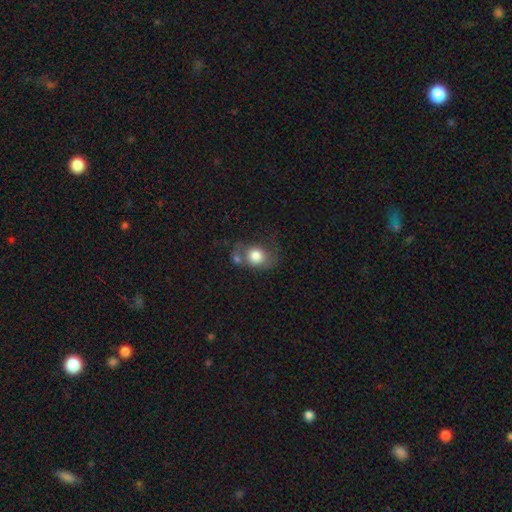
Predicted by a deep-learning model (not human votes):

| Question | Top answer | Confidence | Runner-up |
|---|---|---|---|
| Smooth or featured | smooth | 74% | featured or disk (17%) |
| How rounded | round | 61% | in between (38%) |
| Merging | none | 36% | merger (27%) |